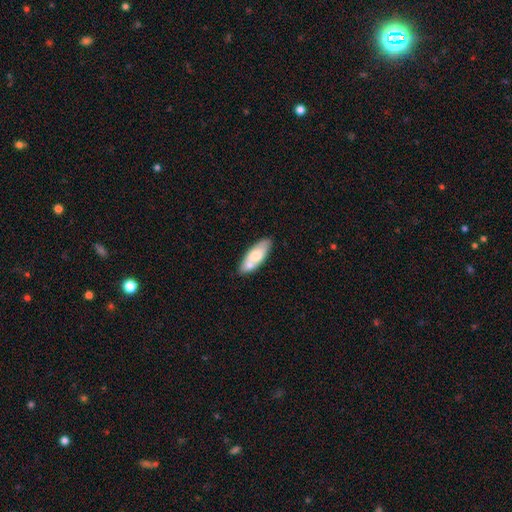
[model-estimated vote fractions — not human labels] The model was most divided on "smooth or featured": smooth: 66%, featured or disk: 28%, star or artifact: 6%. More confident: how rounded — in between (70%); merging — none (61%).